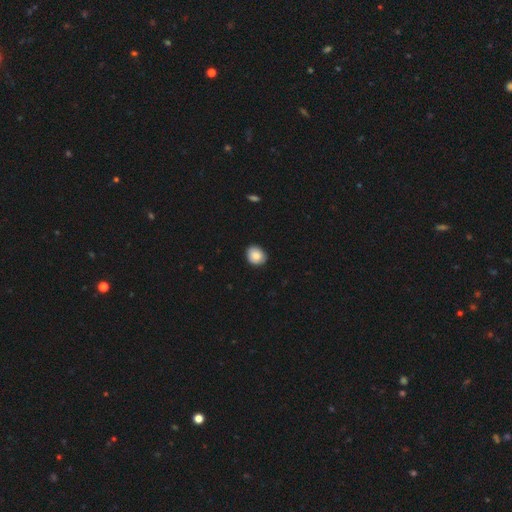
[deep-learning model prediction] Q: Smooth or featured?
A: smooth (84%); runner-up: featured or disk (8%)
Q: How rounded?
A: round (67%); runner-up: in between (32%)
Q: Merging?
A: none (83%); runner-up: minor disturbance (14%)